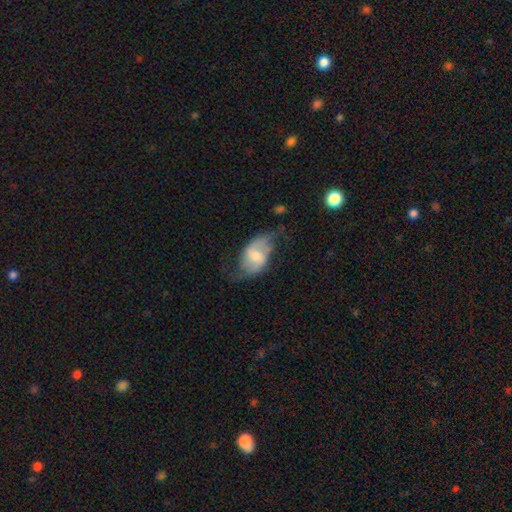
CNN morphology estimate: Smooth or featured? featured or disk (60%)
Edge-on disk? no (95%)
Bar? weak (48%)
Spiral arms? yes (83%)
Bulge size? moderate (54%)
Merging? none (50%)